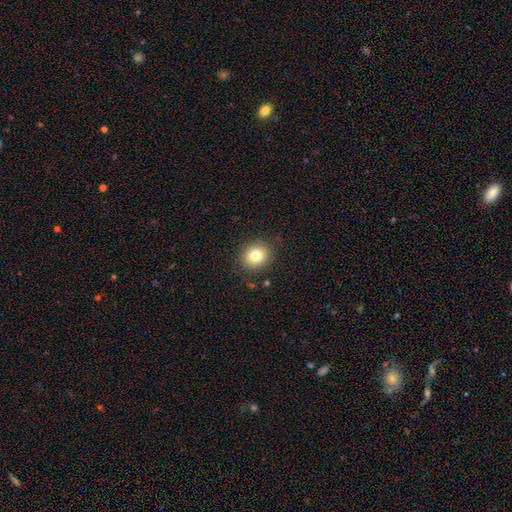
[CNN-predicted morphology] Smooth or featured: smooth — 80% (star or artifact — 11%)
How rounded: round — 77% (in between — 23%)
Merging: none — 88% (minor disturbance — 8%)